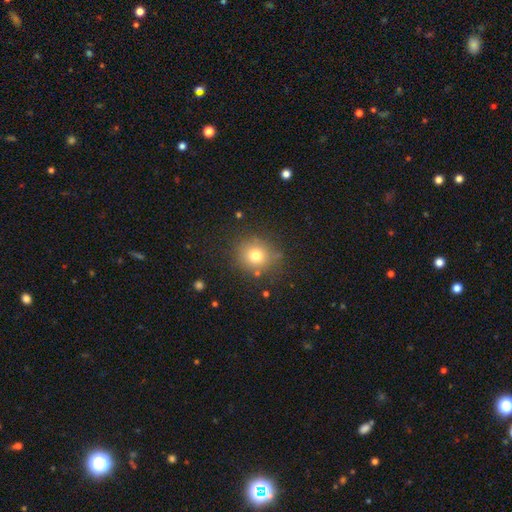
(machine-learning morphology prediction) A smooth galaxy with no disk features (76%) that is round (87%).

Vote fractions:
- Smooth or featured? smooth: 76% / star or artifact: 15% / featured or disk: 10%
- How rounded? round: 87% / in between: 12% / cigar-shaped: 1%
- Merging? none: 82% / minor disturbance: 12% / major disturbance: 4% / merger: 3%